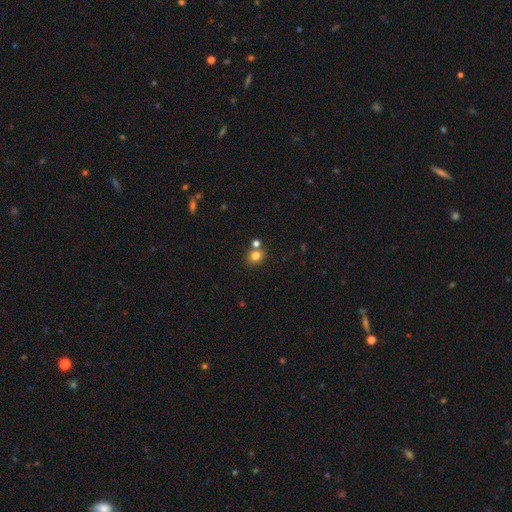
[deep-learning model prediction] Smooth or featured? smooth (80%)
How rounded? round (74%)
Merging? none (67%)